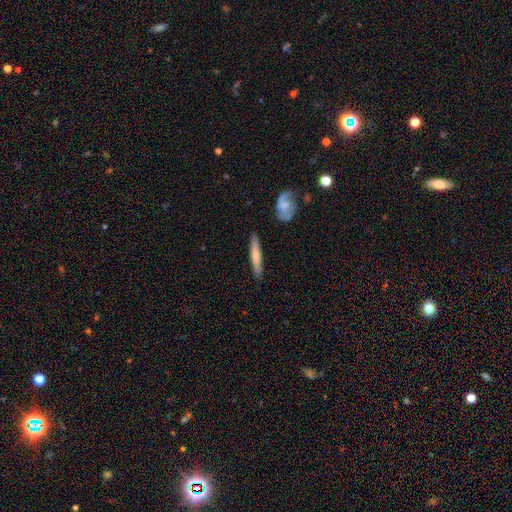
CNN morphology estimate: Smooth or featured: smooth — 65% (featured or disk — 30%)
How rounded: cigar-shaped — 91% (in between — 8%)
Merging: none — 87% (minor disturbance — 9%)